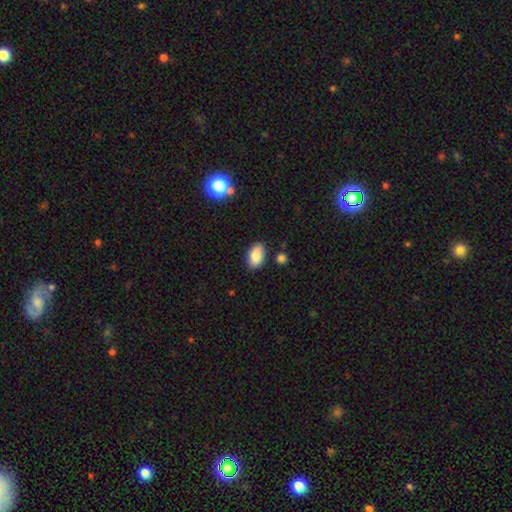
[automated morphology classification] smooth-or-featured: smooth: 86% | star or artifact: 8% | featured or disk: 6%
  how-rounded: in between: 92% | round: 7% | cigar-shaped: 2%
  merging: none: 83% | minor disturbance: 12% | merger: 3% | major disturbance: 2%